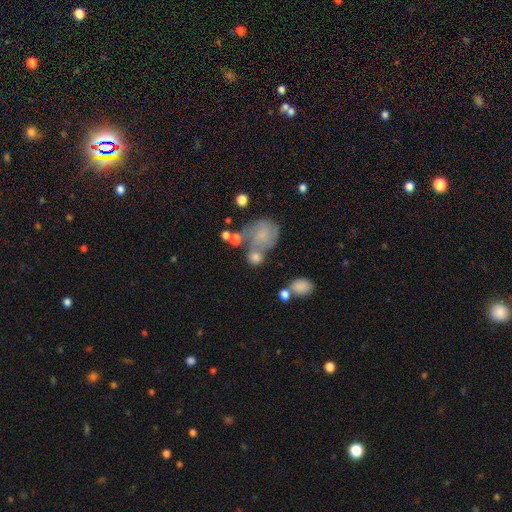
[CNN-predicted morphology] The model was most divided on "merging": none: 39%, merger: 26%, minor disturbance: 19%, major disturbance: 16%. More confident: how rounded — round (62%); smooth or featured — smooth (52%).